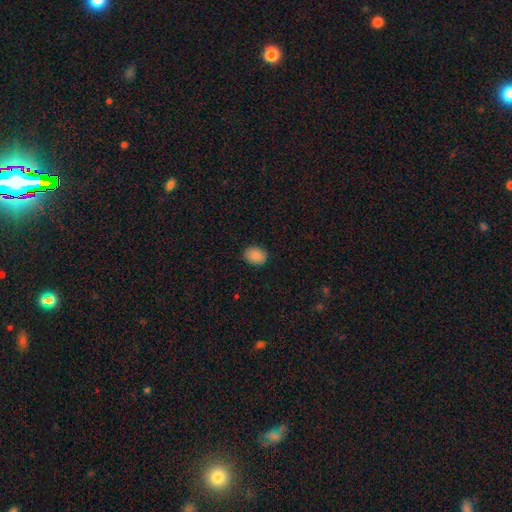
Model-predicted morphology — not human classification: Smooth or featured? smooth (88%)
How rounded? in between (57%)
Merging? none (88%)